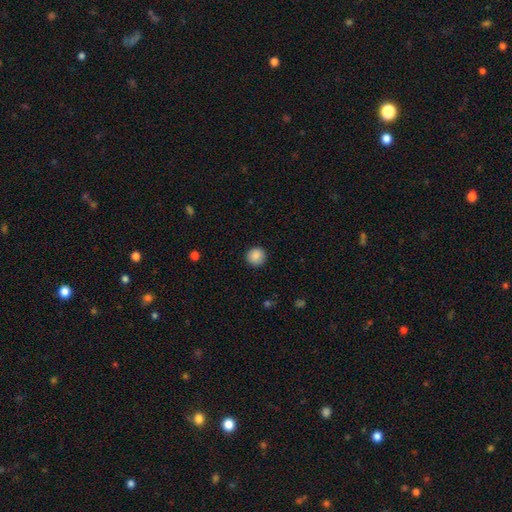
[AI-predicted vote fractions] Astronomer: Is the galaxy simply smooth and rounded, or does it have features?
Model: smooth — 88%.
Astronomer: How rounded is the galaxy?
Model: round — 92%.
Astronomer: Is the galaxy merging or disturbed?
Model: none — 90%.